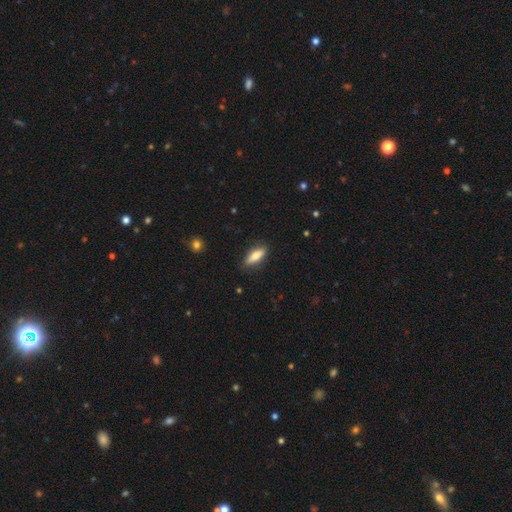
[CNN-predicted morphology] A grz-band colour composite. It shows a smooth galaxy with no disk features (70%) that is in between round and cigar-shaped (56%). Merging: none (85%).